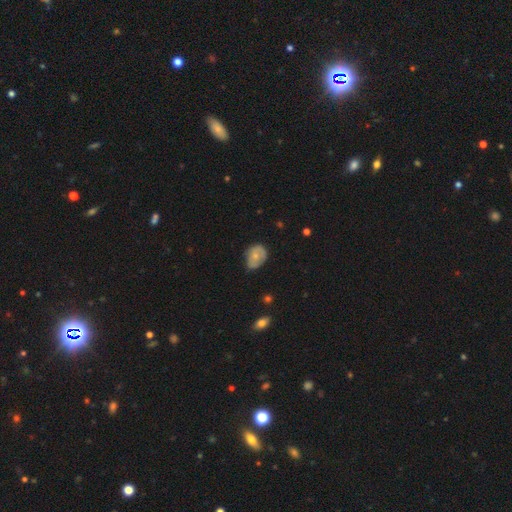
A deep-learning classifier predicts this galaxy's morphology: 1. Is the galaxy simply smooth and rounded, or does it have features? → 63% smooth, 29% featured or disk, 8% star or artifact.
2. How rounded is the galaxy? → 65% in between, 34% round, 1% cigar-shaped.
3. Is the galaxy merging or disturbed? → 49% none, 40% minor disturbance, 9% major disturbance, 2% merger.